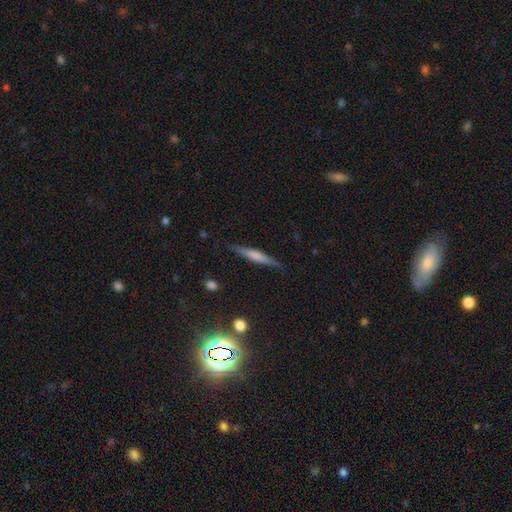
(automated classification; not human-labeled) Morphology: type=featured or disk (47%); merging=none (86%).